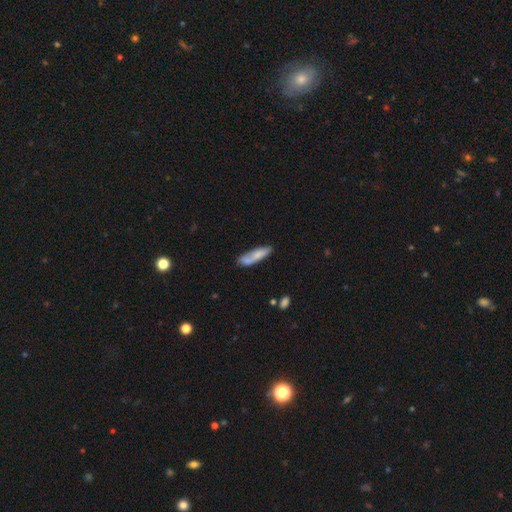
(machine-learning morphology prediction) A smooth galaxy with no disk features (68%) that is cigar-shaped (61%). Merging: none (56%).